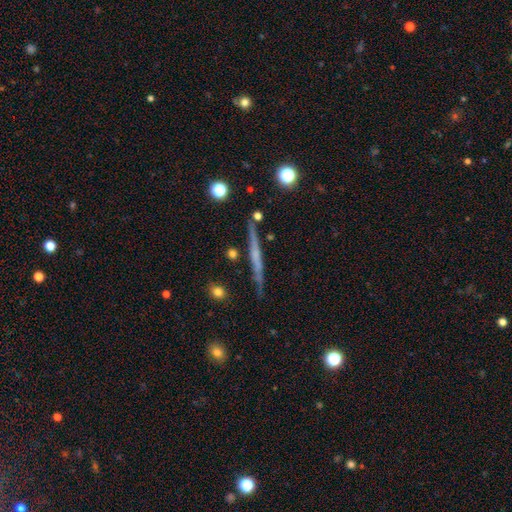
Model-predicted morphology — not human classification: This appears to be a featured or disk galaxy (63%) viewed edge-on (97%) with no central bulge (69%). Merging: none (86%).